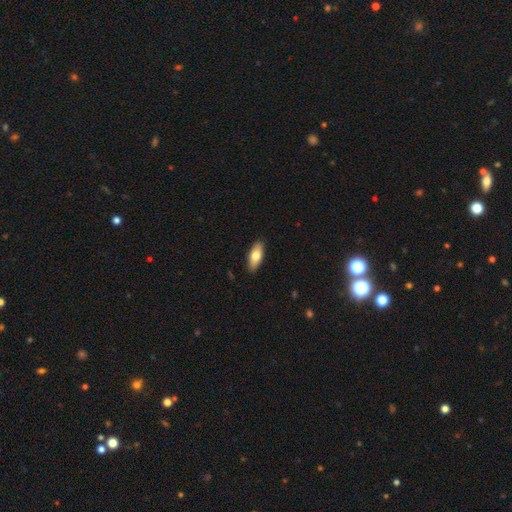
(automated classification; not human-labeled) Overall: smooth (74%). How rounded: in between (79%). Merging: none (89%).